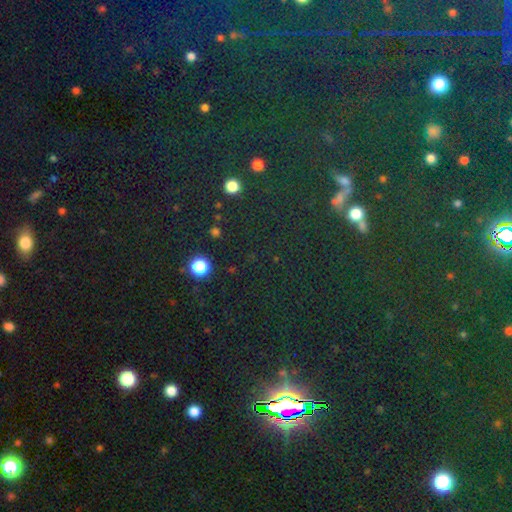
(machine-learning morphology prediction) Smooth or featured? Predicted: star or artifact (p=0.77).